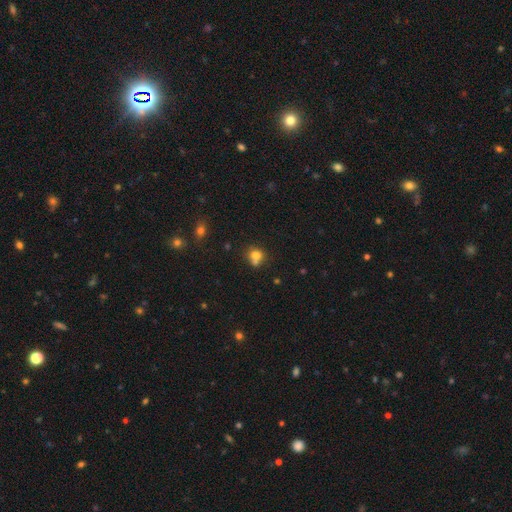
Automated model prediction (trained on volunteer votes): smooth_or_featured: smooth (p=0.73) [alt: star or artifact p=0.14]
how_rounded: round (p=0.76) [alt: in between p=0.23]
merging: merger (p=0.43) [alt: none p=0.42]